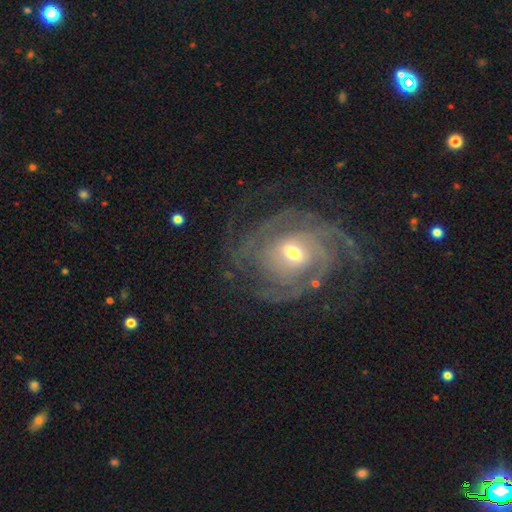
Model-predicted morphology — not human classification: smooth-or-featured: featured or disk: 89% | star or artifact: 6% | smooth: 5%
  disk-edge-on: no: 97% | yes: 3%
    bar: no: 49% | weak: 37% | strong: 14%
    has-spiral-arms: yes: 96% | no: 4%
      spiral-winding: tight: 64% | medium: 29% | loose: 7%
      spiral-arm-count: 3: 26% | can't tell: 25% | 4: 18% | 2: 15% | more than 4: 9% | 1: 7%
    bulge-size: moderate: 58% | small: 36% | large: 4% | none: 1% | dominant: 1%
  merging: none: 71% | minor disturbance: 16% | major disturbance: 11% | merger: 1%